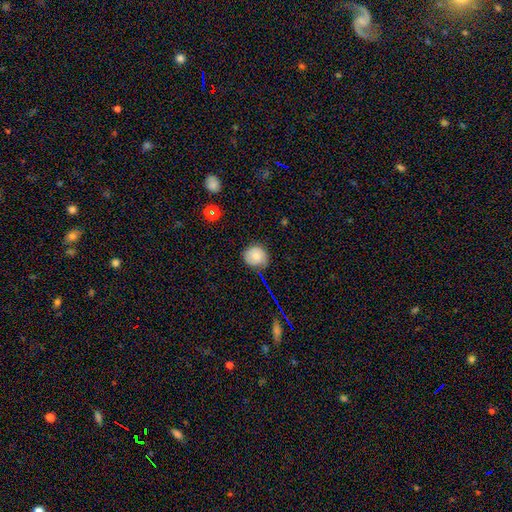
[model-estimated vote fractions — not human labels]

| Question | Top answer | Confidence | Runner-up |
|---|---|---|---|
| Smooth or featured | smooth | 74% | featured or disk (15%) |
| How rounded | round | 83% | in between (16%) |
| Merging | none | 73% | minor disturbance (20%) |